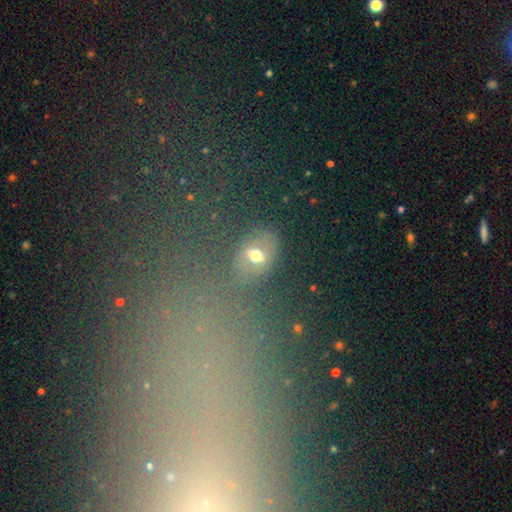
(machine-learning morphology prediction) The model was most divided on "smooth or featured": smooth: 50%, star or artifact: 26%, featured or disk: 24%. More confident: merging — none (68%).